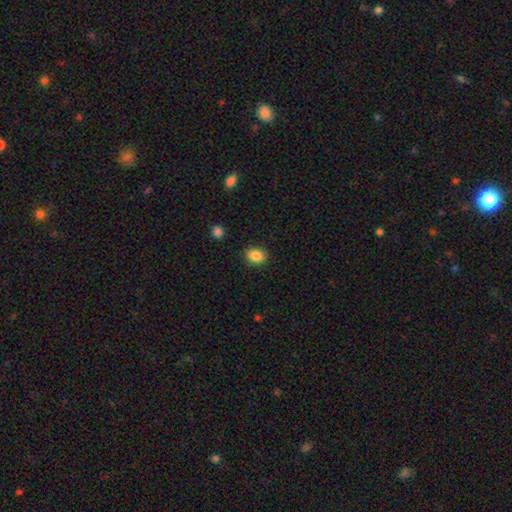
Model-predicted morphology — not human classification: Smooth or featured? Predicted: smooth (p=0.87). How rounded? Predicted: in between (p=0.65). Merging? Predicted: none (p=0.87).